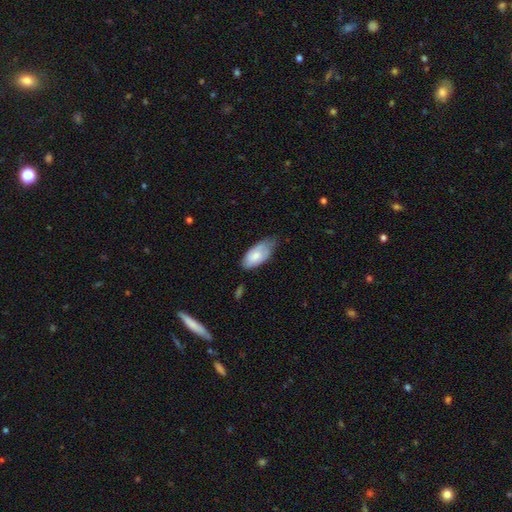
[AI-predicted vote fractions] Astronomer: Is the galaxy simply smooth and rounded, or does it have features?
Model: smooth — 74%.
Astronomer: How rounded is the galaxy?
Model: in between — 92%.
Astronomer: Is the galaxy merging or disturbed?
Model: none — 52% (runner-up: minor disturbance, 39%).